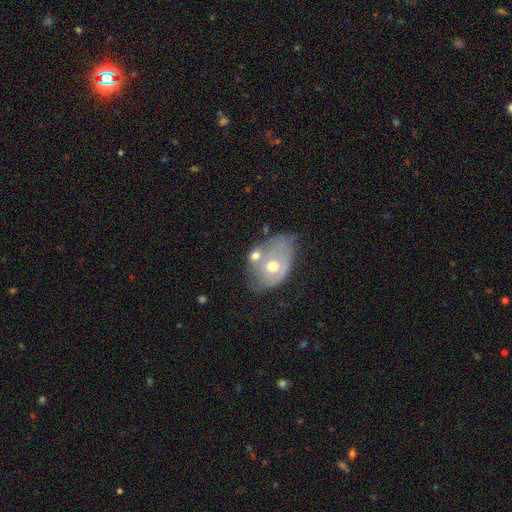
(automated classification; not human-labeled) A featured or disk galaxy (48%).

Vote fractions:
- Smooth or featured? featured or disk: 48% / smooth: 44% / star or artifact: 8%
- Merging? merger: 40% / none: 22% / minor disturbance: 20% / major disturbance: 18%